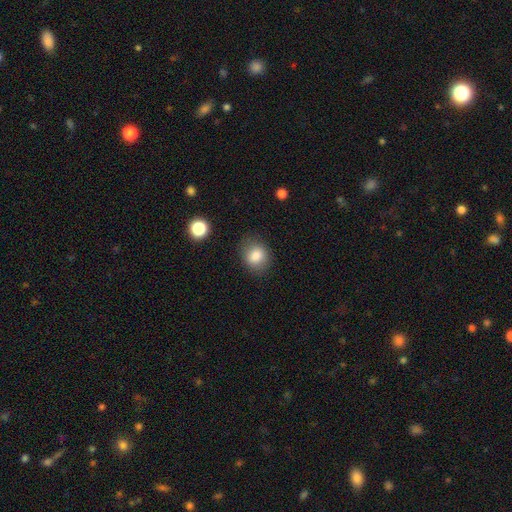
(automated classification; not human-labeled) A smooth galaxy with no disk features (84%) that is round (61%).

Vote fractions:
- Smooth or featured? smooth: 84% / star or artifact: 9% / featured or disk: 7%
- How rounded? round: 61% / in between: 38% / cigar-shaped: 1%
- Merging? none: 80% / minor disturbance: 14% / major disturbance: 5% / merger: 2%